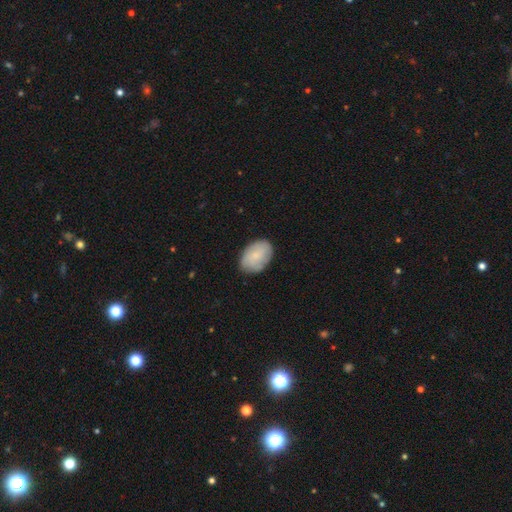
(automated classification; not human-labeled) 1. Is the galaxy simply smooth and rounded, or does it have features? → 75% smooth, 19% featured or disk, 6% star or artifact.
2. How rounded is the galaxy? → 85% in between, 14% round, 1% cigar-shaped.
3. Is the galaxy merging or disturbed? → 82% none, 14% minor disturbance, 3% major disturbance, 1% merger.